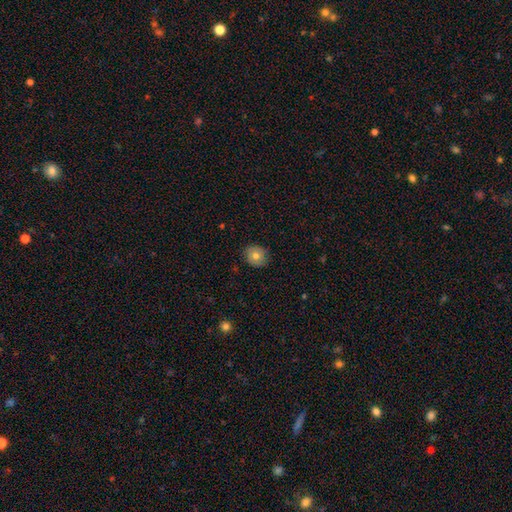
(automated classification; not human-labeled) smooth 73%, featured or disk 18%, star or artifact 9%. Down the decision tree: how rounded — round (80%); merging — none (86%).